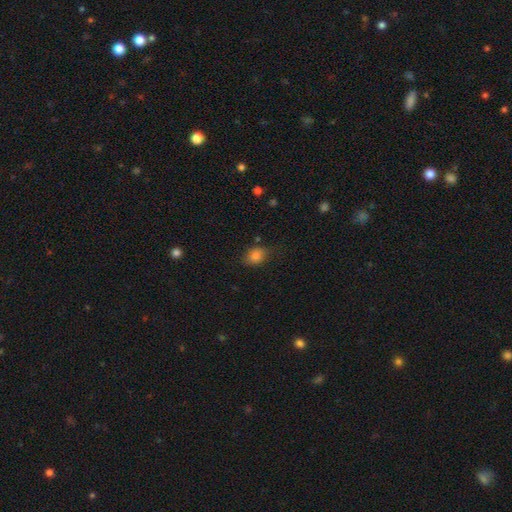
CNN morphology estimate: The model was most divided on "how rounded": in between: 64%, round: 34%, cigar-shaped: 2%. More confident: smooth or featured — smooth (80%); merging — none (70%).